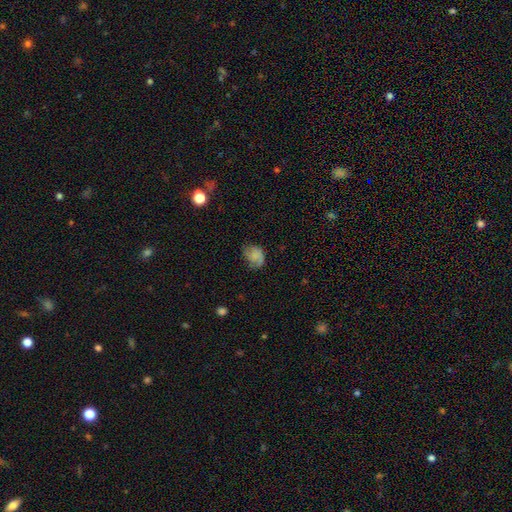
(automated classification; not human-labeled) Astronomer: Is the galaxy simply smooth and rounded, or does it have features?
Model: smooth — 62%.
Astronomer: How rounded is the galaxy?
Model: in between — 54% (runner-up: round, 45%).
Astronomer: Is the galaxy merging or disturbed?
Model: none — 50% (runner-up: minor disturbance, 31%).